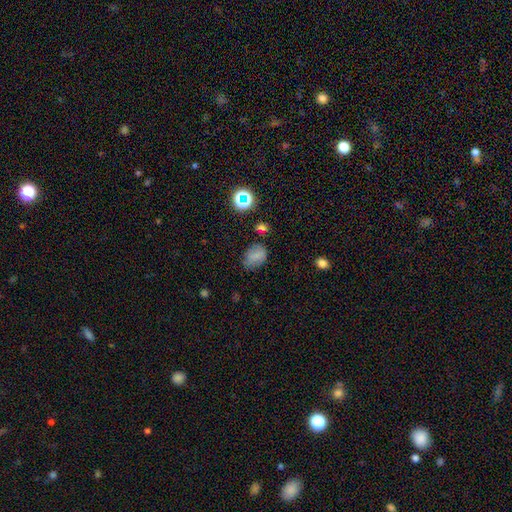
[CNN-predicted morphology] type=smooth (70%); roundness=in between (65%); merging=none (63%).